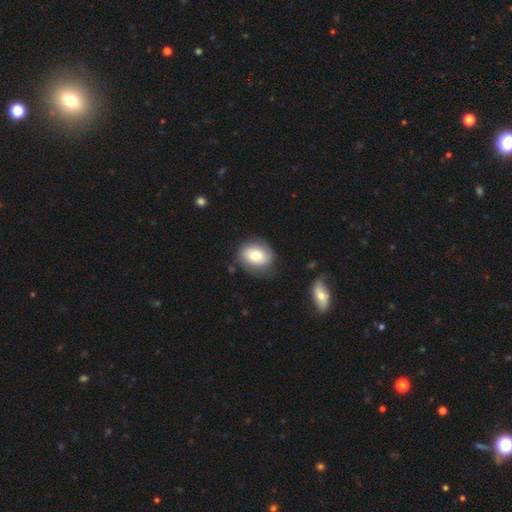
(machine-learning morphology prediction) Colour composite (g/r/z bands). It shows a smooth galaxy with no disk features (66%) that is in between round and cigar-shaped (53%). Merging: none (74%).